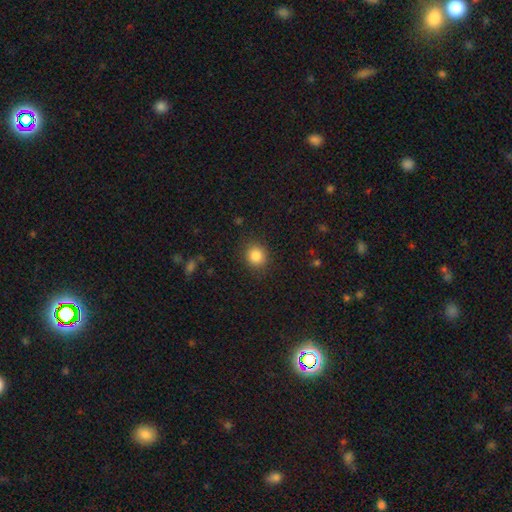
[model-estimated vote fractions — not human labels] A smooth galaxy with no disk features (86%) that is round (83%).

Vote fractions:
- Smooth or featured? smooth: 86% / star or artifact: 10% / featured or disk: 4%
- How rounded? round: 83% / in between: 17% / cigar-shaped: 1%
- Merging? none: 88% / minor disturbance: 8% / major disturbance: 3% / merger: 1%